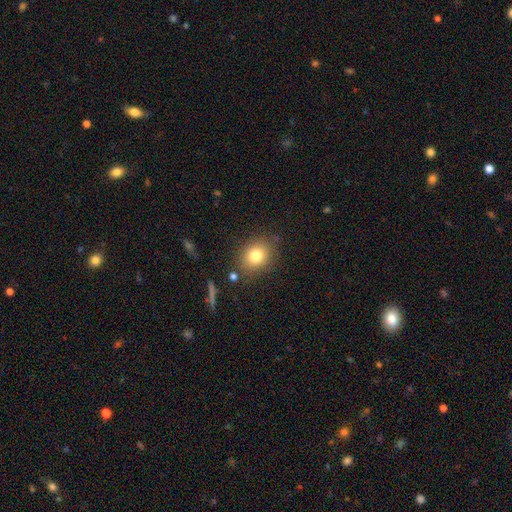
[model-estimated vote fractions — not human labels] A smooth galaxy with no disk features (79%) that is round (64%).

Vote fractions:
- Smooth or featured? smooth: 79% / star or artifact: 12% / featured or disk: 10%
- How rounded? round: 64% / in between: 35% / cigar-shaped: 1%
- Merging? none: 82% / minor disturbance: 11% / major disturbance: 4% / merger: 4%